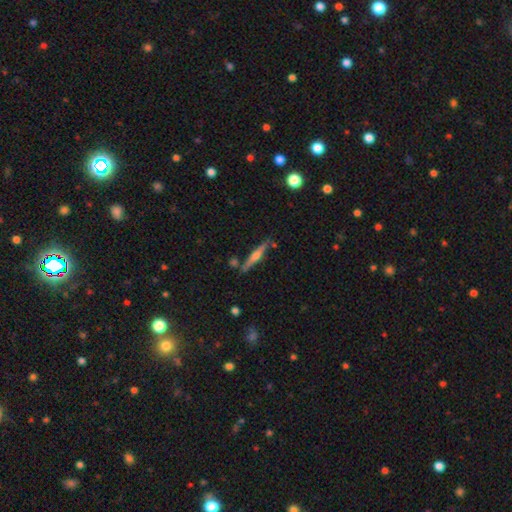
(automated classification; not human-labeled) Smooth or featured: featured or disk — 61% (smooth — 33%)
Edge-on disk: yes — 97% (no — 3%)
Edge-on bulge: rounded — 82% (none — 10%)
Merging: none — 81% (minor disturbance — 11%)